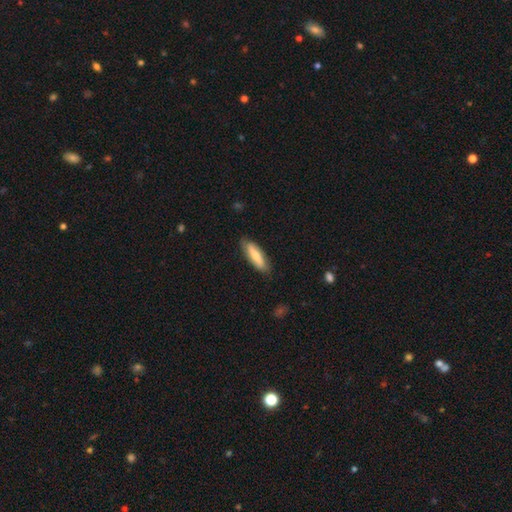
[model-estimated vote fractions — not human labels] Smooth or featured: smooth — 68% (featured or disk — 26%)
How rounded: cigar-shaped — 57% (in between — 41%)
Merging: none — 82% (minor disturbance — 14%)